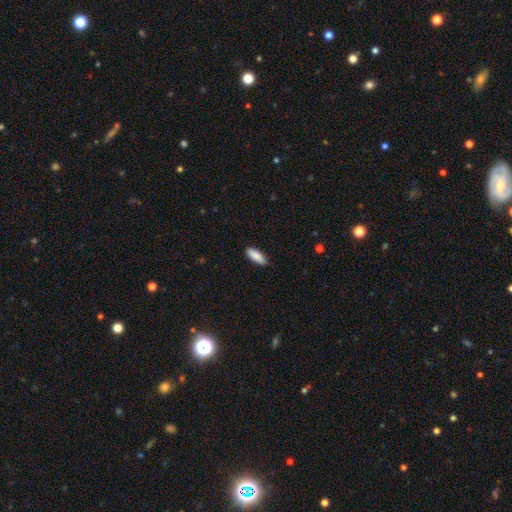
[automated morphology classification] smooth-or-featured: smooth: 88% | featured or disk: 7% | star or artifact: 6%
  how-rounded: in between: 63% | cigar-shaped: 35% | round: 2%
  merging: none: 88% | minor disturbance: 10% | major disturbance: 2% | merger: 1%